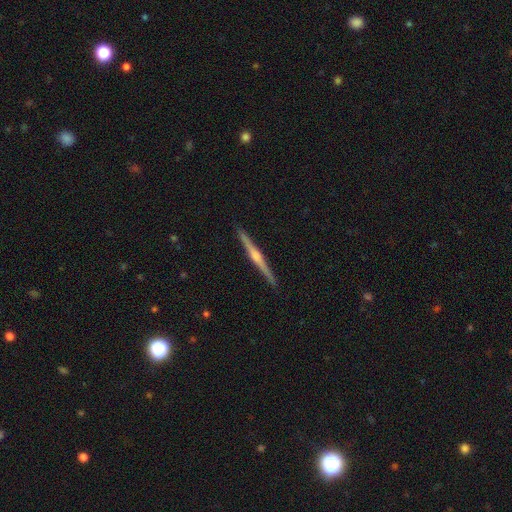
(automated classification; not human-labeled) Smooth or featured? featured or disk (82%)
Edge-on disk? yes (99%)
Edge-on bulge? rounded (81%)
Merging? none (93%)